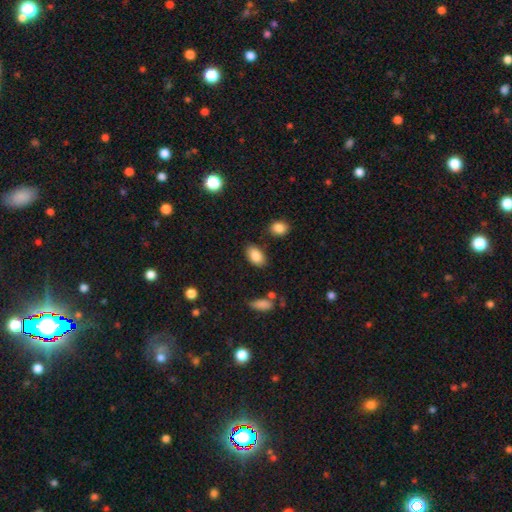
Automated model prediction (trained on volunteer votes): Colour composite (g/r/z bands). It shows a smooth galaxy with no disk features (86%) that is in between round and cigar-shaped (91%). Merging: none (82%).